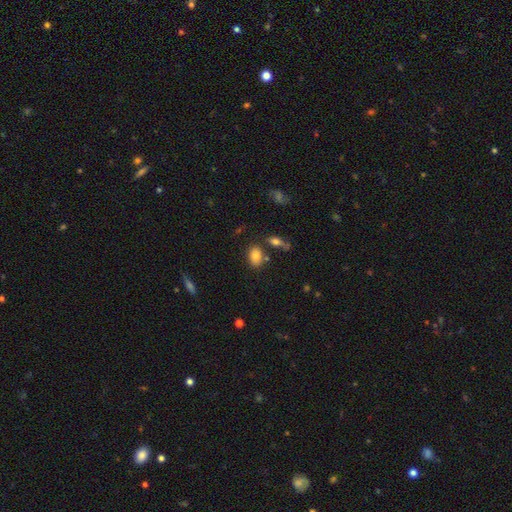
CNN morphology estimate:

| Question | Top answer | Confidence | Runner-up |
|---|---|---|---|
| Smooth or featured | smooth | 82% | star or artifact (9%) |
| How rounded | in between | 83% | round (15%) |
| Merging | none | 75% | minor disturbance (12%) |